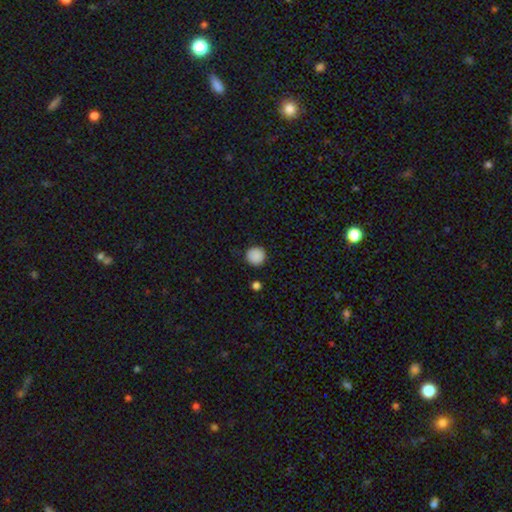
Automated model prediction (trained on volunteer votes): smooth 88%, star or artifact 10%, featured or disk 3%. Down the decision tree: how rounded — round (94%); merging — none (90%).